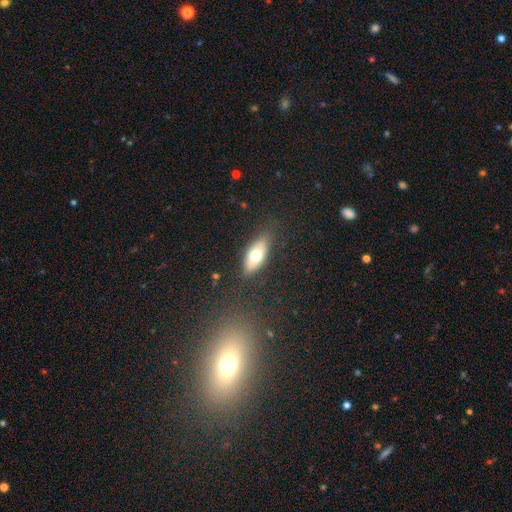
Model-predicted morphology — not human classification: Q: Smooth or featured?
A: smooth (66%); runner-up: featured or disk (27%)
Q: How rounded?
A: in between (81%); runner-up: cigar-shaped (15%)
Q: Merging?
A: none (80%); runner-up: minor disturbance (14%)